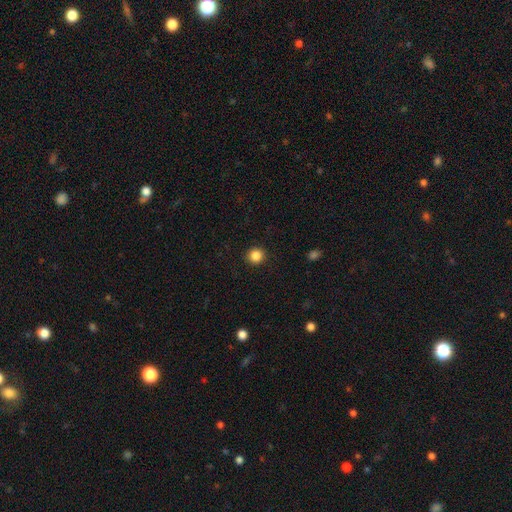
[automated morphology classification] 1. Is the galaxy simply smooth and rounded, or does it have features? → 86% smooth, 11% star or artifact, 4% featured or disk.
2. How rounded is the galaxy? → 92% round, 7% in between, 1% cigar-shaped.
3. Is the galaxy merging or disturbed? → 92% none, 5% minor disturbance, 2% major disturbance, 1% merger.